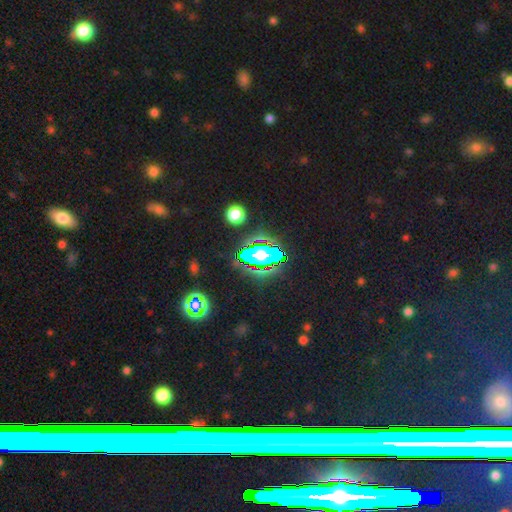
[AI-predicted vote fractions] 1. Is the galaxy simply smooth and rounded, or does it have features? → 64% star or artifact, 22% smooth, 14% featured or disk.